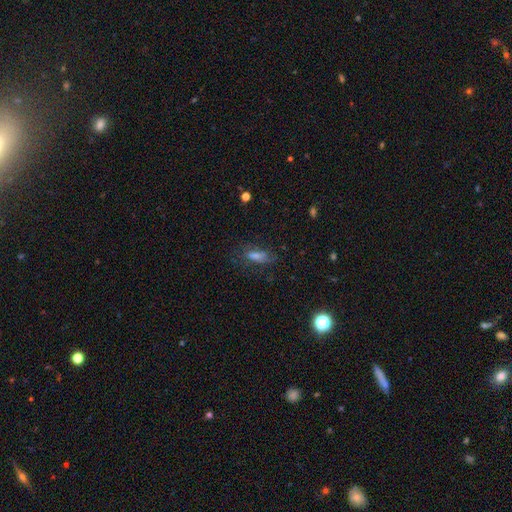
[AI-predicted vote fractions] Smooth or featured?
  - smooth: 51% *
  - featured or disk: 26%
  - star or artifact: 23%
How rounded?
  - in between: 58% *
  - cigar-shaped: 36%
  - round: 6%
Merging?
  - none: 68% *
  - minor disturbance: 19%
  - major disturbance: 11%
  - merger: 2%